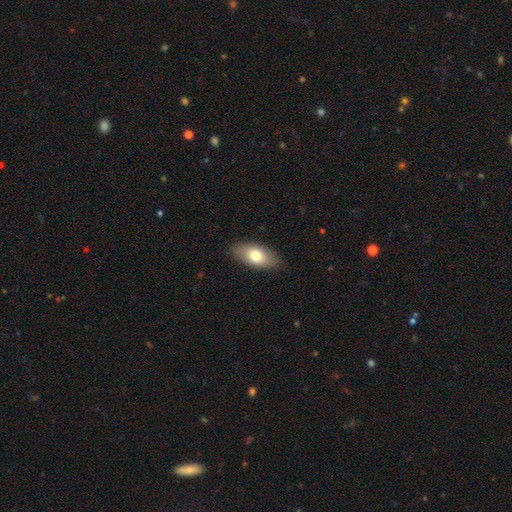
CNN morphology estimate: Smooth or featured: smooth — 74% (featured or disk — 19%)
How rounded: in between — 90% (cigar-shaped — 6%)
Merging: none — 84% (minor disturbance — 12%)